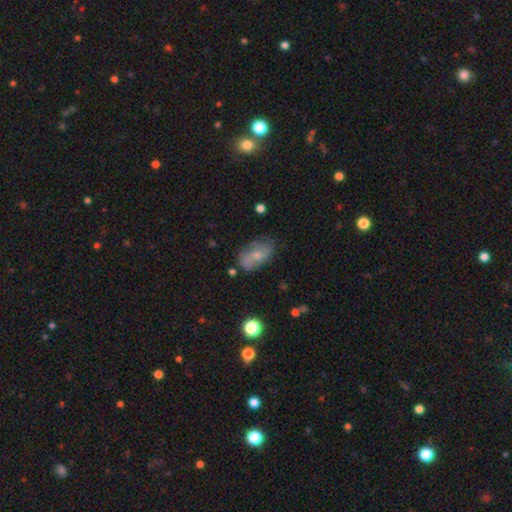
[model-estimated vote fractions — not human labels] The model was most divided on "smooth or featured": smooth: 46%, featured or disk: 44%, star or artifact: 10%. More confident: merging — none (62%).